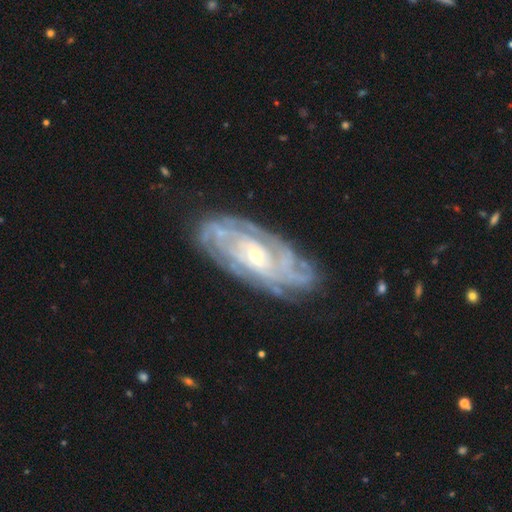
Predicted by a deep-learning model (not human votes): Morphology: type=featured or disk (88%); edge-on=no (93%); bar=no (64%); spiral arms=yes (97%); winding=tight (77%); arm count=can't tell (33%); bulge=small (59%); merging=none (80%).